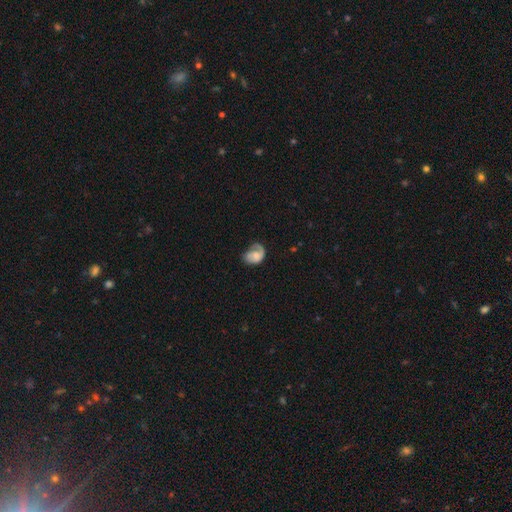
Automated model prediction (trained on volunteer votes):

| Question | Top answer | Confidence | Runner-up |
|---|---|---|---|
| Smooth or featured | featured or disk | 53% | smooth (40%) |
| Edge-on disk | no | 97% | yes (3%) |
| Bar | no | 72% | weak (24%) |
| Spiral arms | yes | 80% | no (20%) |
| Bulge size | small | 39% | moderate (36%) |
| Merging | none | 37% | major disturbance (32%) |